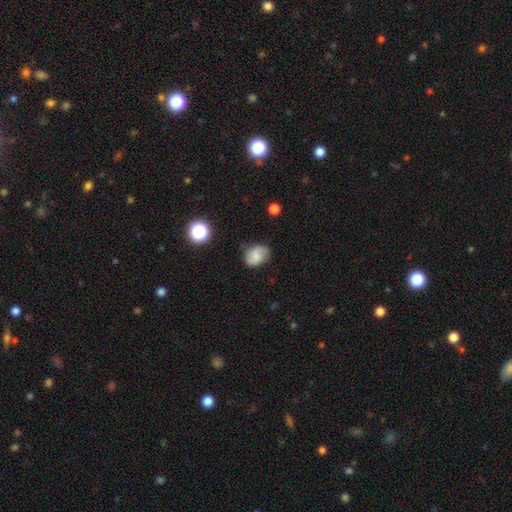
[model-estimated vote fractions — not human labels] Smooth or featured? smooth (52%)
How rounded? in between (55%)
Merging? none (72%)